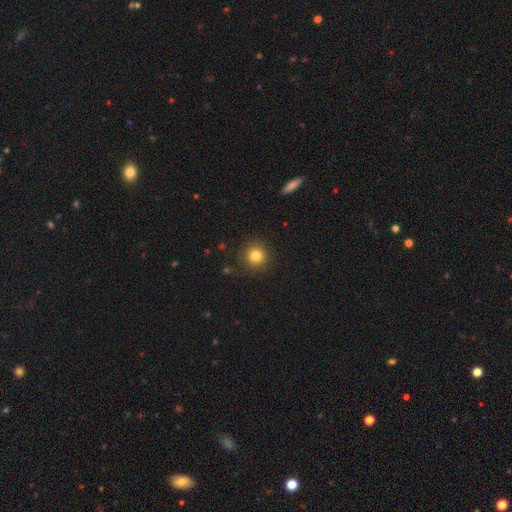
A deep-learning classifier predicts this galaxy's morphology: A smooth galaxy with no disk features (81%) that is round (94%). Merging: none (90%).